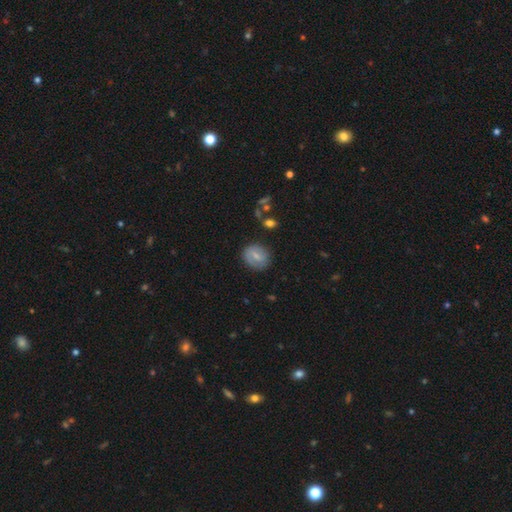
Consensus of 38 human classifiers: Smooth or featured: smooth — 47% (tied with featured or disk — 47%)
How rounded: in between — 61% (round — 39%)
Merging: none — 83% (minor disturbance — 11%)